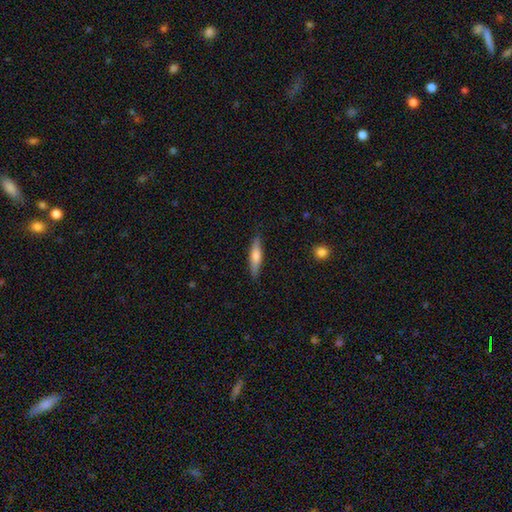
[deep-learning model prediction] smooth 60%, featured or disk 34%, star or artifact 6%. Down the decision tree: how rounded — cigar-shaped (77%); merging — none (86%).